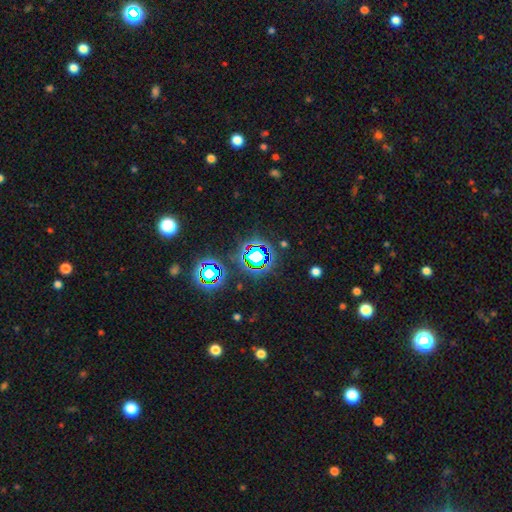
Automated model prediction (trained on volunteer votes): smooth_or_featured: star or artifact (p=0.70) [alt: smooth p=0.18]